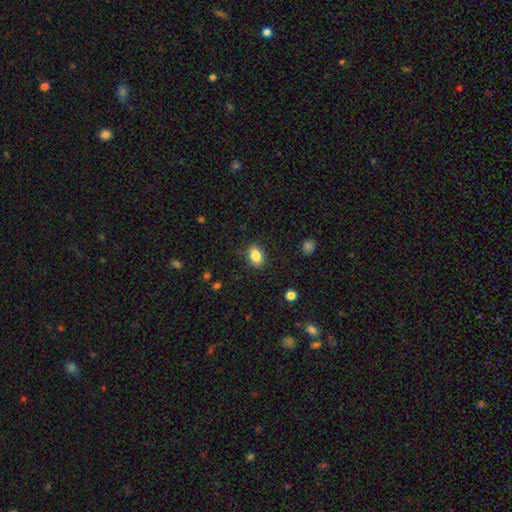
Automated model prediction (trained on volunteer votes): smooth 85%, star or artifact 8%, featured or disk 7%. Down the decision tree: how rounded — in between (85%); merging — none (86%).